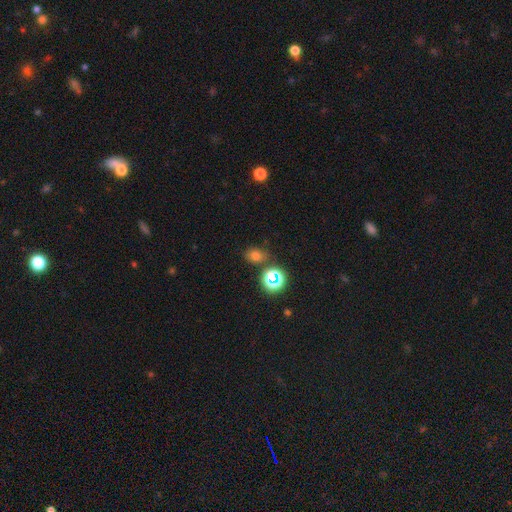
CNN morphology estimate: smooth 67%, star or artifact 26%, featured or disk 8%. Down the decision tree: how rounded — in between (51%); merging — none (76%).